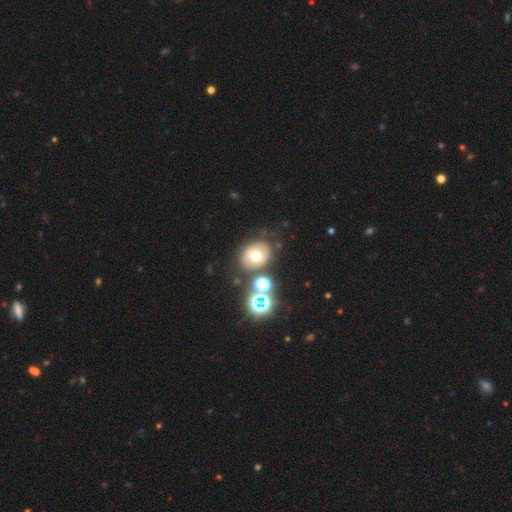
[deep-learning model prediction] The model was most divided on "how rounded": round: 50%, in between: 49%, cigar-shaped: 1%. More confident: merging — none (72%); smooth or featured — smooth (58%).